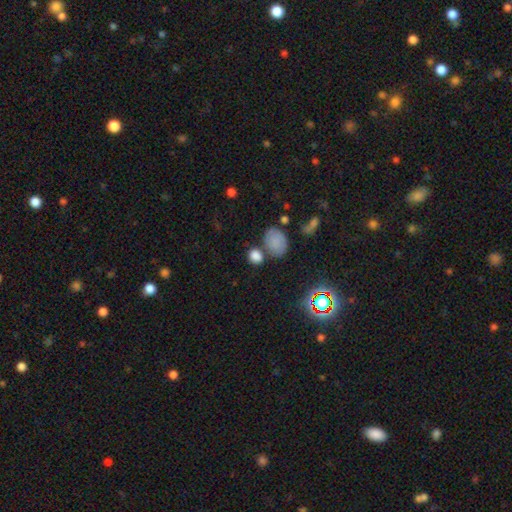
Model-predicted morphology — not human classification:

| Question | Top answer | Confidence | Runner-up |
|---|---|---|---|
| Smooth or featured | smooth | 80% | star or artifact (14%) |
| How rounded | round | 49% | tied: in between (49%) |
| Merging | none | 60% | merger (21%) |